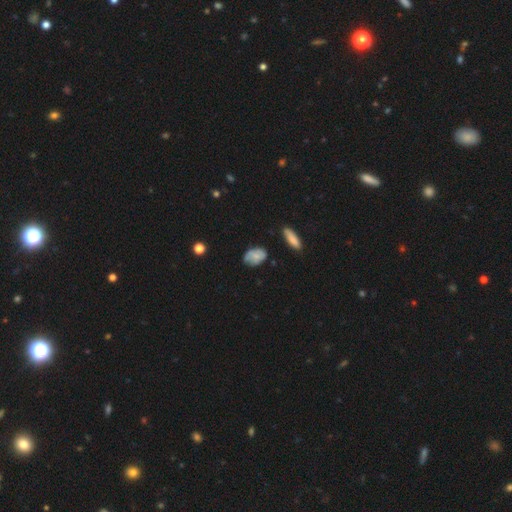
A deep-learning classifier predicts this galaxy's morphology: Smooth or featured? smooth (60%)
How rounded? in between (84%)
Merging? none (58%)